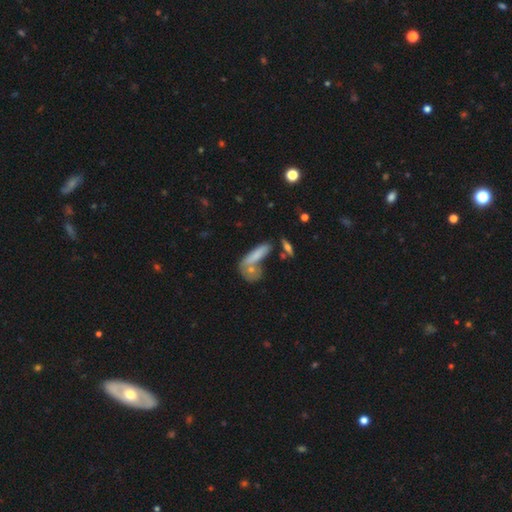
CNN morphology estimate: The model was most divided on "merging": none: 49%, merger: 29%, minor disturbance: 15%, major disturbance: 7%. More confident: smooth or featured — smooth (72%); how rounded — cigar-shaped (61%).